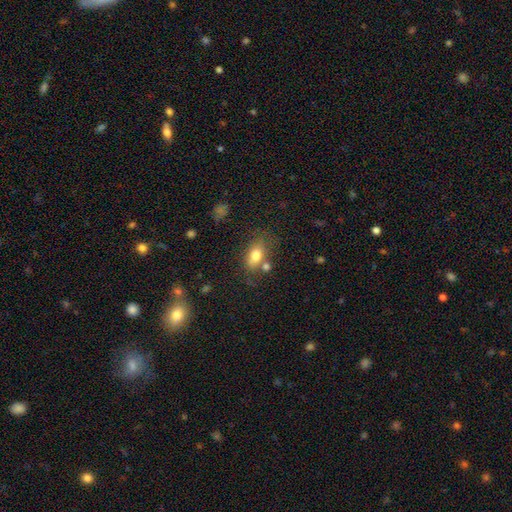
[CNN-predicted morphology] smooth-or-featured: smooth: 78% | featured or disk: 13% | star or artifact: 9%
  how-rounded: in between: 84% | round: 12% | cigar-shaped: 4%
  merging: none: 58% | minor disturbance: 18% | merger: 17% | major disturbance: 7%